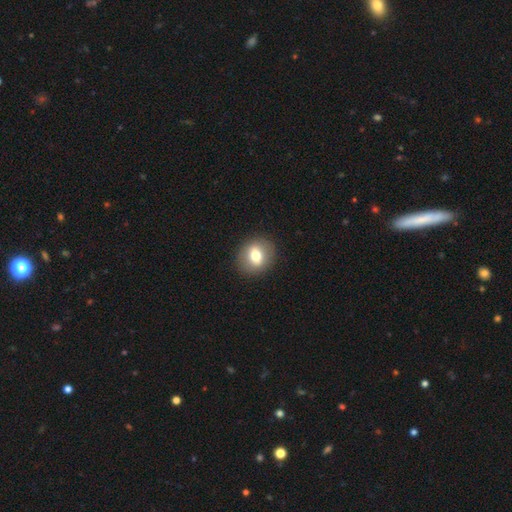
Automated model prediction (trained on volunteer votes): smooth_or_featured: smooth (p=0.68) [alt: featured or disk p=0.24]
how_rounded: round (p=0.69) [alt: in between p=0.29]
merging: none (p=0.90) [alt: minor disturbance p=0.07]